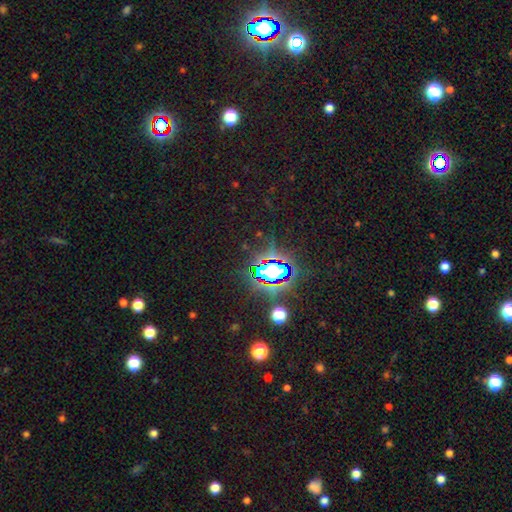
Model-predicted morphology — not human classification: This is likely a star or artifact rather than a galaxy (78%).